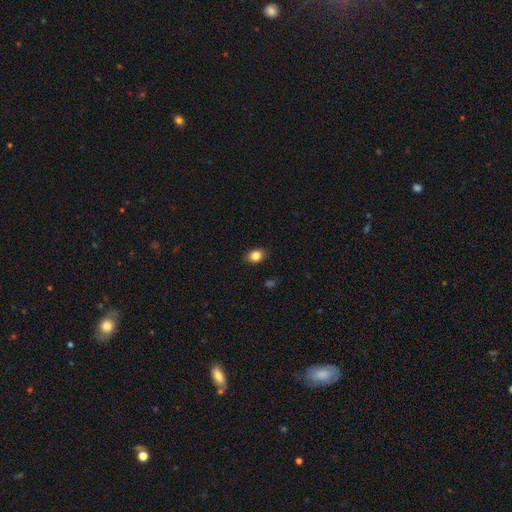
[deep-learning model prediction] This is clearly a smooth galaxy (84%). How rounded: likely in between (62%). Merging: clearly none (88%).